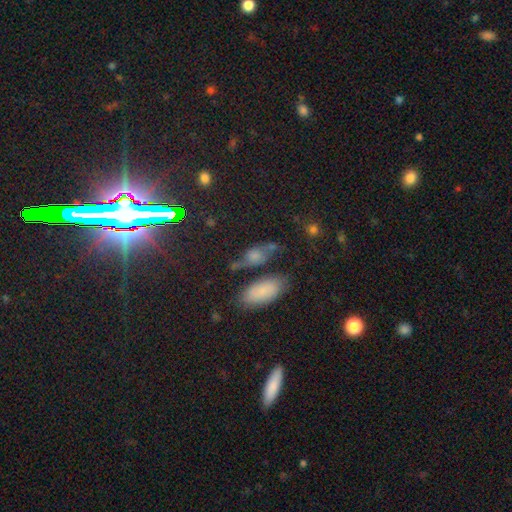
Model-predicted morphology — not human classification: smooth-or-featured: smooth: 58% | star or artifact: 23% | featured or disk: 19%
  how-rounded: in between: 70% | round: 18% | cigar-shaped: 12%
  merging: none: 57% | minor disturbance: 19% | merger: 13% | major disturbance: 11%